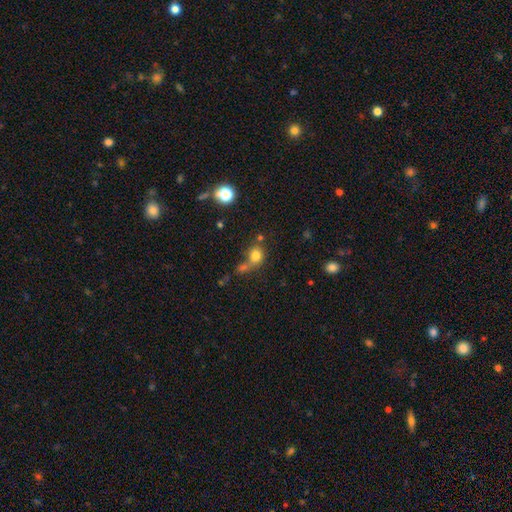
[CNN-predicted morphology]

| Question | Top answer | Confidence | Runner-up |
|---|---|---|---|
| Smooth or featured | smooth | 77% | star or artifact (14%) |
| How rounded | round | 74% | in between (25%) |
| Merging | none | 49% | merger (33%) |